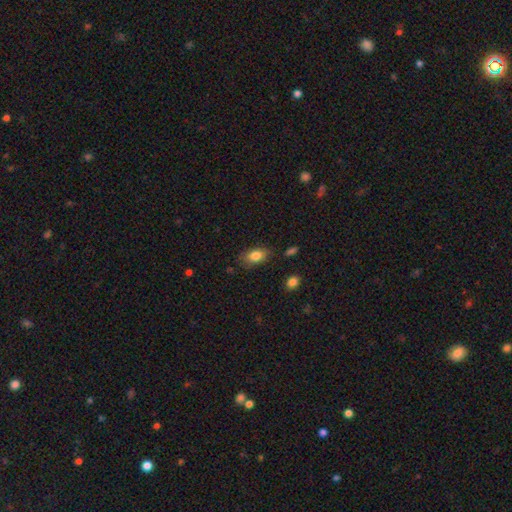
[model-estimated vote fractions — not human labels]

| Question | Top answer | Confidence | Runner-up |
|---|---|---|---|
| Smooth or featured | smooth | 83% | featured or disk (9%) |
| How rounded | in between | 88% | round (9%) |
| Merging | none | 78% | minor disturbance (16%) |